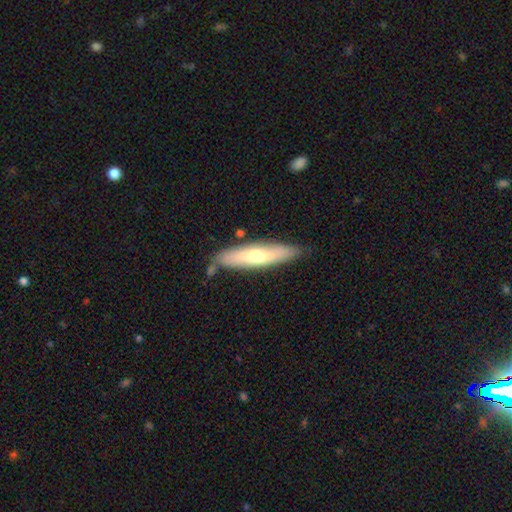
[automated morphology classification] Smooth or featured? smooth (52%)
How rounded? cigar-shaped (77%)
Merging? none (78%)